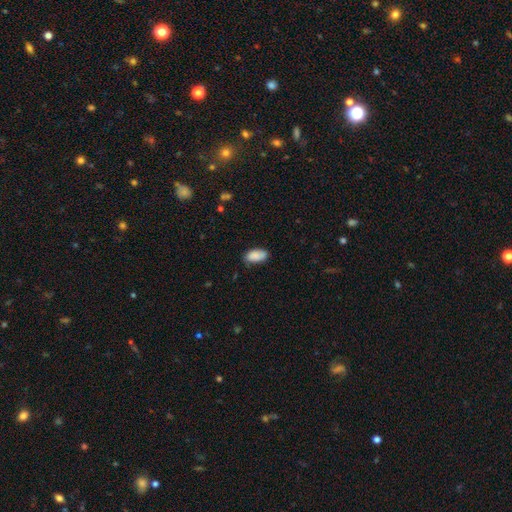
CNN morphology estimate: type=smooth (85%); roundness=in between (94%); merging=none (68%).